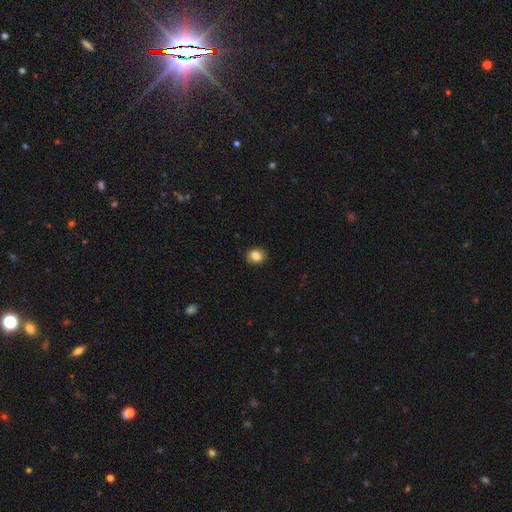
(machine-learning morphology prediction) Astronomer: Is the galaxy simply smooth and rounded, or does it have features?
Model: smooth — 85%.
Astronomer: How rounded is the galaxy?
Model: round — 69%.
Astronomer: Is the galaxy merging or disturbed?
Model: none — 89%.